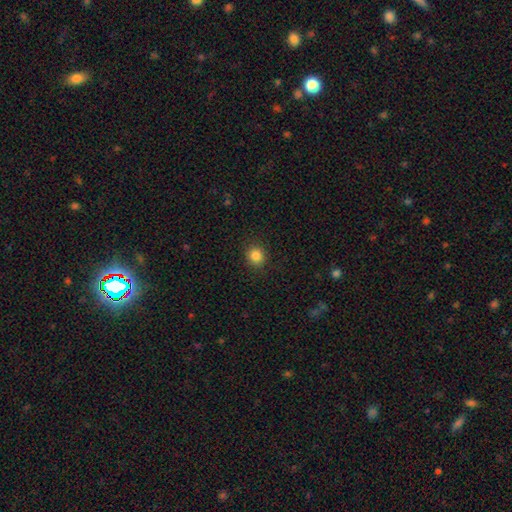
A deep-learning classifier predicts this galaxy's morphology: smooth 85%, star or artifact 11%, featured or disk 4%. Down the decision tree: how rounded — round (88%); merging — none (90%).